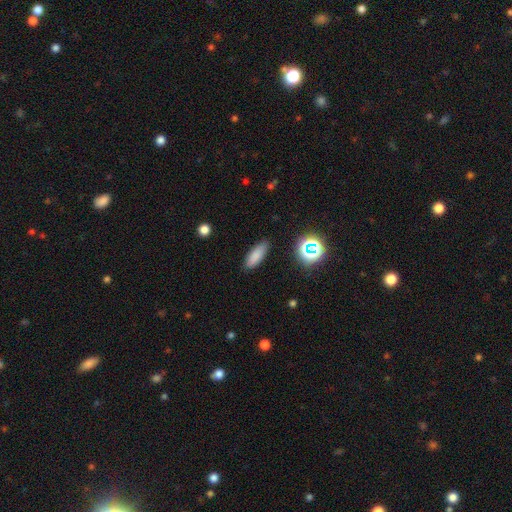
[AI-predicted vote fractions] Q: Smooth or featured?
A: smooth (82%); runner-up: star or artifact (11%)
Q: How rounded?
A: in between (67%); runner-up: cigar-shaped (30%)
Q: Merging?
A: none (85%); runner-up: minor disturbance (11%)